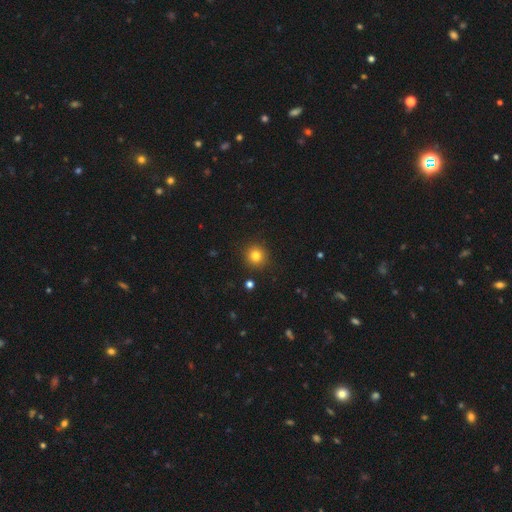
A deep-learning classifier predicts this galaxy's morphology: smooth_or_featured: smooth (p=0.81) [alt: star or artifact p=0.13]
how_rounded: round (p=0.94) [alt: in between p=0.05]
merging: none (p=0.92) [alt: minor disturbance p=0.05]